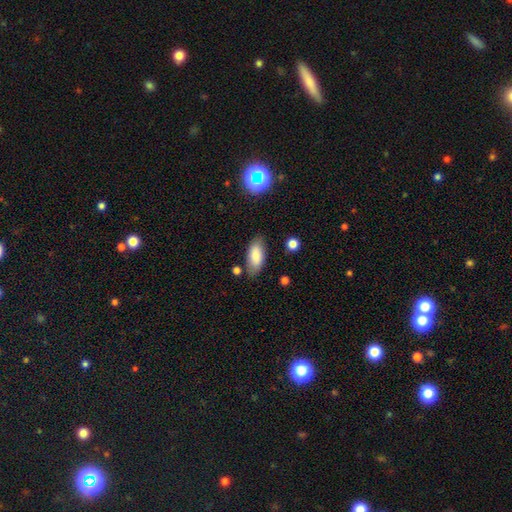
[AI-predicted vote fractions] smooth 81%, featured or disk 11%, star or artifact 7%. Down the decision tree: how rounded — in between (88%); merging — none (79%).